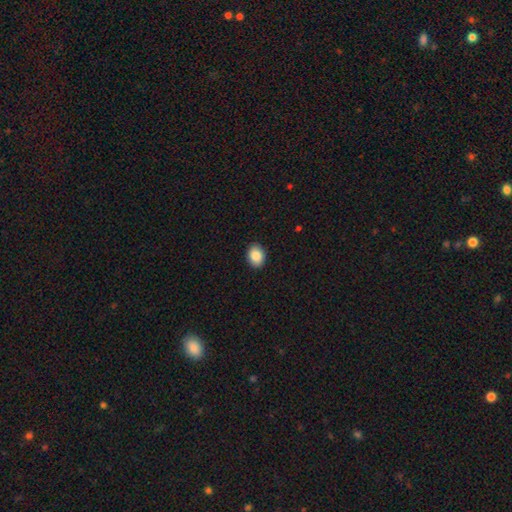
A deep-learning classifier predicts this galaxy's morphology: Q: Smooth or featured?
A: smooth (87%); runner-up: star or artifact (8%)
Q: How rounded?
A: in between (67%); runner-up: round (32%)
Q: Merging?
A: none (90%); runner-up: minor disturbance (7%)